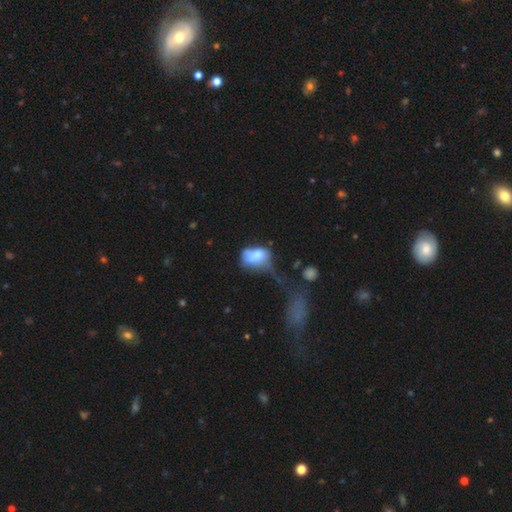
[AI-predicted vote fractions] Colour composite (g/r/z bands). It shows a smooth galaxy with no disk features (56%) that is in between round and cigar-shaped (76%). Merging: major disturbance (37%).